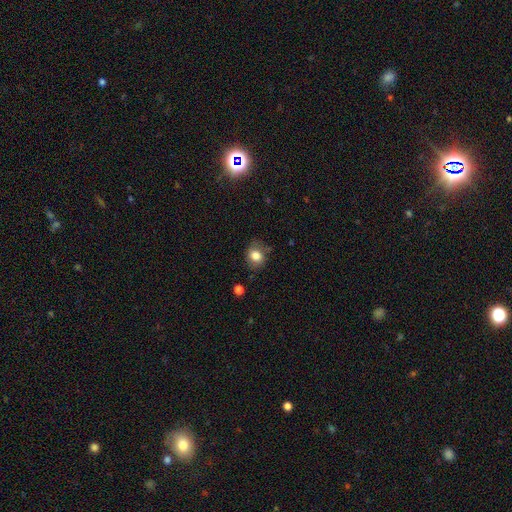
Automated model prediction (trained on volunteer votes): Smooth or featured: smooth — 80% (featured or disk — 10%)
How rounded: round — 58% (in between — 41%)
Merging: none — 70% (minor disturbance — 22%)